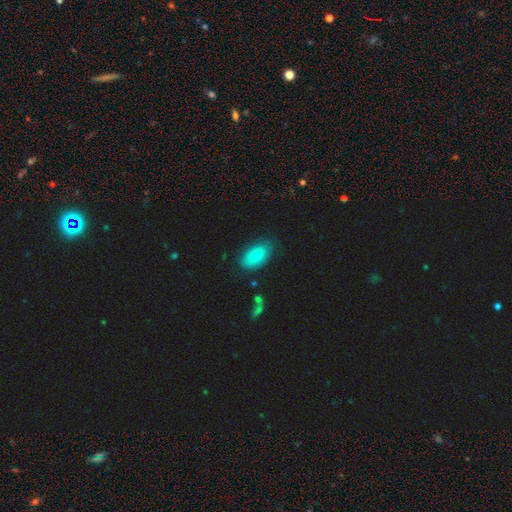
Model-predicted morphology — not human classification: The model was most divided on "merging": none: 74%, minor disturbance: 19%, major disturbance: 5%, merger: 2%. More confident: how rounded — in between (93%); smooth or featured — smooth (83%).